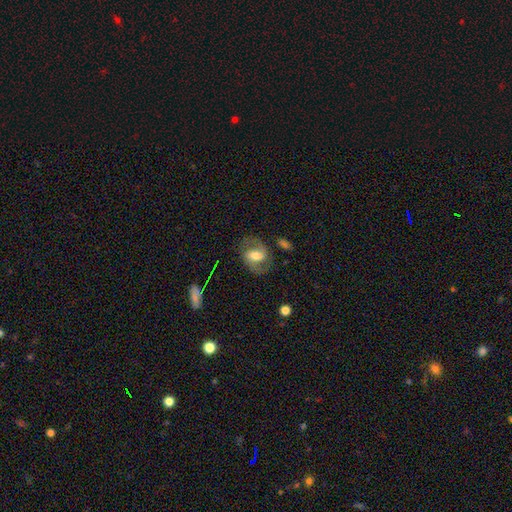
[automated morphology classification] Smooth or featured? featured or disk (61%)
Edge-on disk? no (95%)
Bar? weak (43%)
Spiral arms? yes (81%)
Bulge size? moderate (56%)
Merging? none (73%)